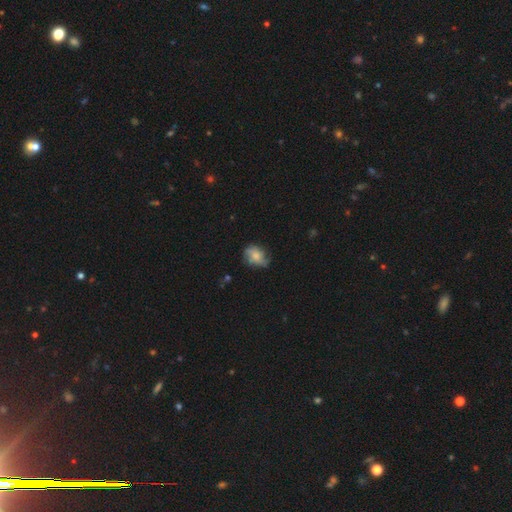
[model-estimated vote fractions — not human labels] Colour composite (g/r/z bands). It shows a featured or disk galaxy (47%). Merging: none (61%).